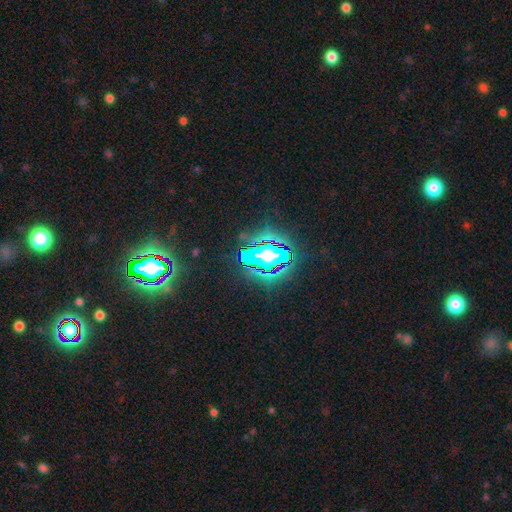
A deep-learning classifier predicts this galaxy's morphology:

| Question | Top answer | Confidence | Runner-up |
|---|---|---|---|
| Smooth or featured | star or artifact | 84% | smooth (9%) |